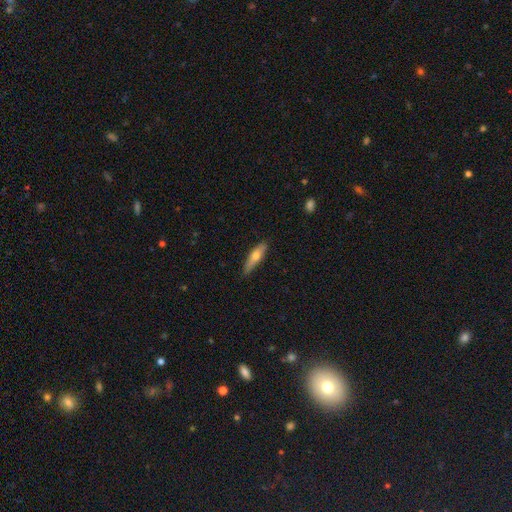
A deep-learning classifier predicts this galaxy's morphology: Smooth or featured? smooth (58%)
How rounded? cigar-shaped (69%)
Merging? none (80%)